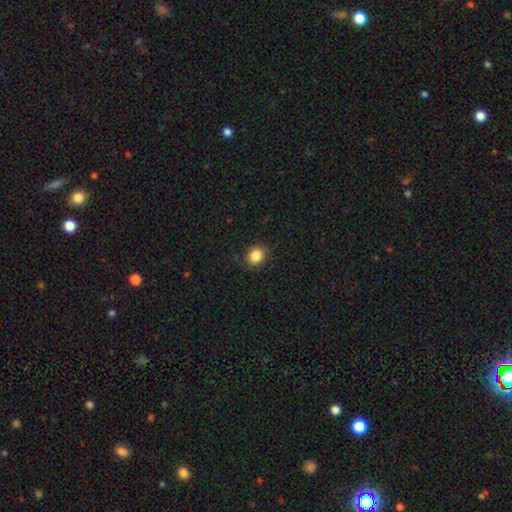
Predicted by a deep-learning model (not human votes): The model was most divided on "how rounded": round: 66%, in between: 33%, cigar-shaped: 1%. More confident: smooth or featured — smooth (85%); merging — none (85%).